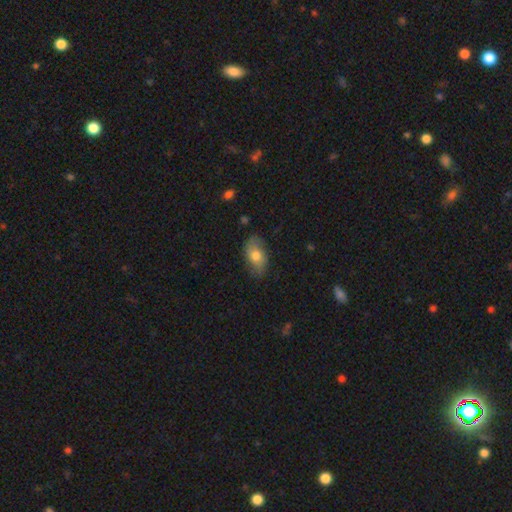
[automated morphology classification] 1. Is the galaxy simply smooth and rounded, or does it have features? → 72% smooth, 21% featured or disk, 7% star or artifact.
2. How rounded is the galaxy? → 91% in between, 7% round, 2% cigar-shaped.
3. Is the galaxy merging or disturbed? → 76% none, 19% minor disturbance, 4% major disturbance, 1% merger.